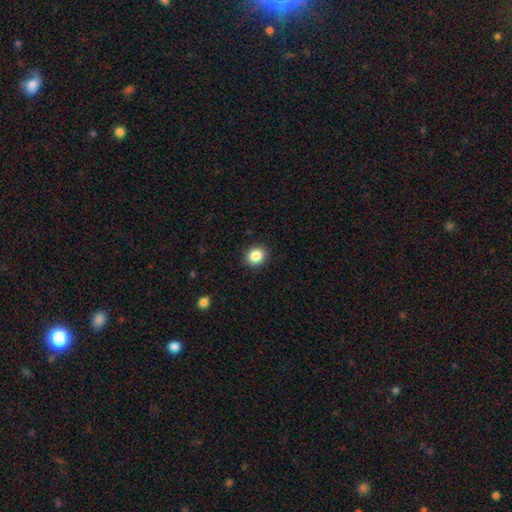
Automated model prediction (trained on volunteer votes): This is clearly a smooth galaxy (86%). How rounded: likely round (76%). Merging: clearly none (91%).